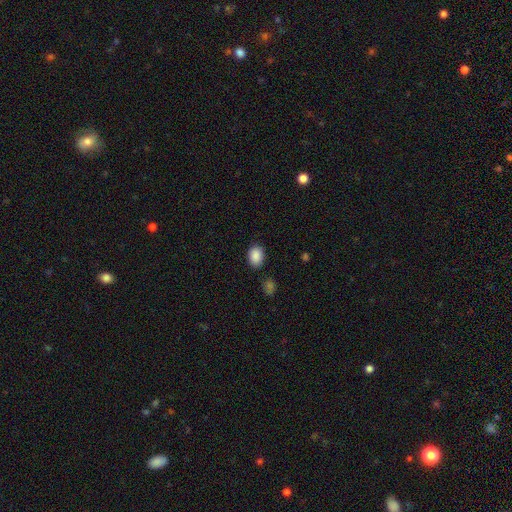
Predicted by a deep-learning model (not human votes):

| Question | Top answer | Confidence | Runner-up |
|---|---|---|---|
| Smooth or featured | smooth | 88% | star or artifact (8%) |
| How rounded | in between | 72% | round (27%) |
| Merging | none | 84% | minor disturbance (10%) |